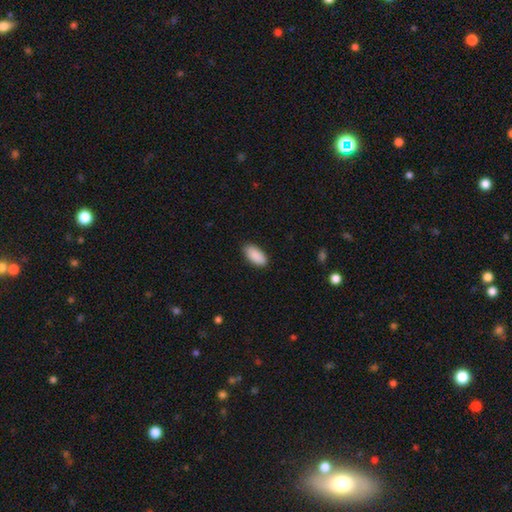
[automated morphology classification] Smooth or featured? smooth (91%)
How rounded? in between (94%)
Merging? none (87%)